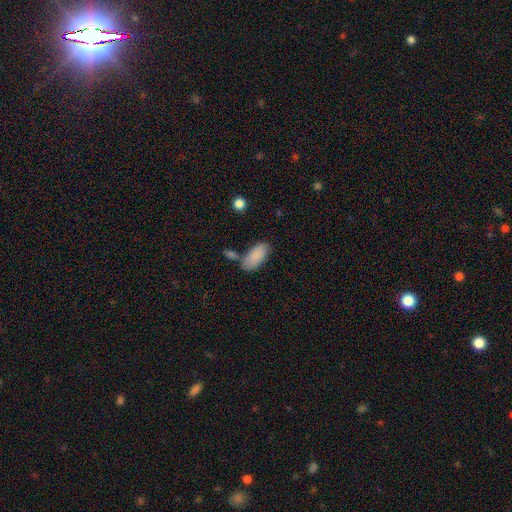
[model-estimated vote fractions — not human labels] The model was most divided on "merging": none: 61%, minor disturbance: 17%, merger: 17%, major disturbance: 5%. More confident: how rounded — in between (90%); smooth or featured — smooth (87%).